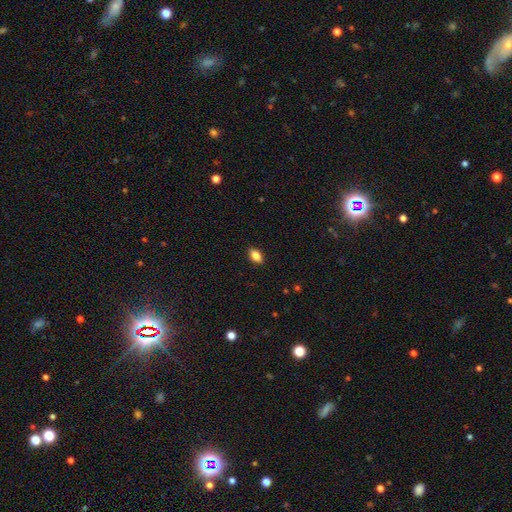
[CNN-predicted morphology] A smooth galaxy with no disk features (83%) that is in between round and cigar-shaped (88%). Merging: none (89%).